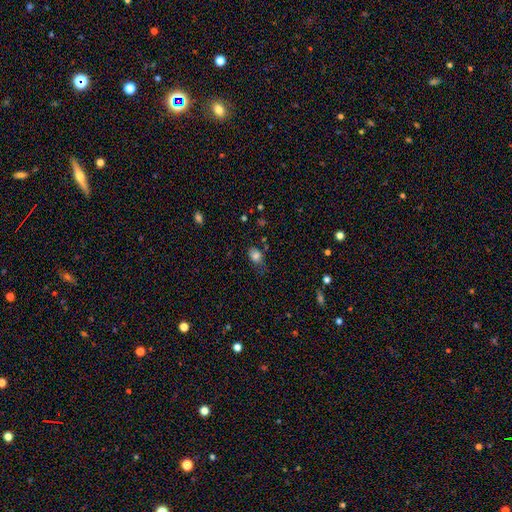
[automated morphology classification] Smooth or featured? Predicted: smooth (p=0.81). How rounded? Predicted: in between (p=0.68). Merging? Predicted: none (p=0.56).